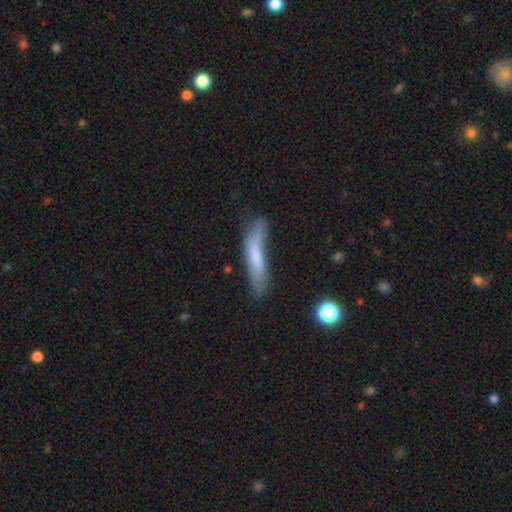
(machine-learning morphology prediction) Smooth or featured: smooth — 61% (featured or disk — 31%)
How rounded: cigar-shaped — 86% (in between — 12%)
Merging: none — 48% (minor disturbance — 31%)